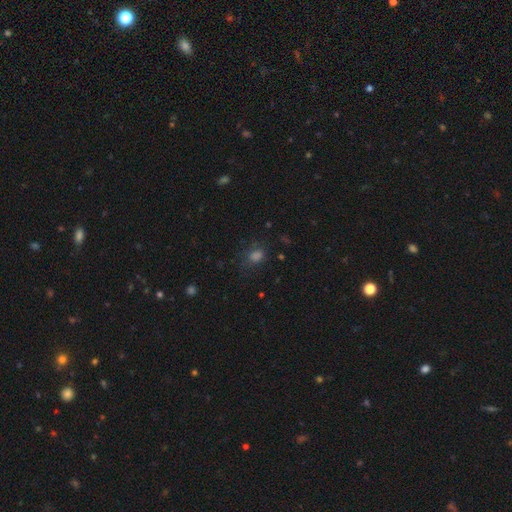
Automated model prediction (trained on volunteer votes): Smooth or featured? Predicted: smooth (p=0.67). How rounded? Predicted: in between (p=0.50). Merging? Predicted: none (p=0.71).